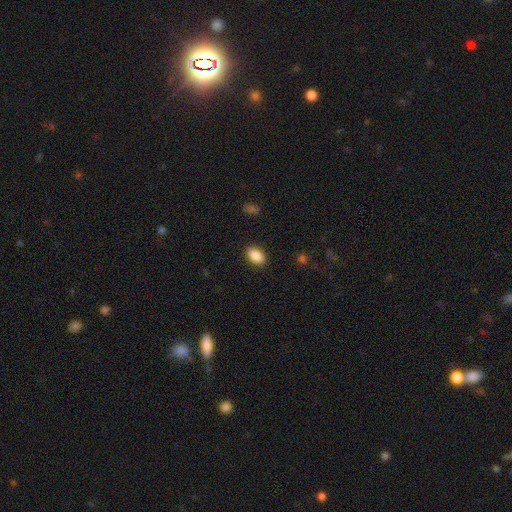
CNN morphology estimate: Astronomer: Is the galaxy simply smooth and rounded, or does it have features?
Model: smooth — 89%.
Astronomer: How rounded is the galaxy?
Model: in between — 90%.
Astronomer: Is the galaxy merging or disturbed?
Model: none — 88%.